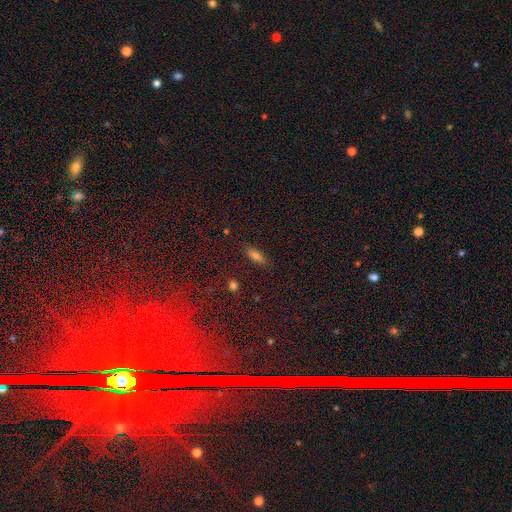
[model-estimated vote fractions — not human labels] Smooth or featured?
  - smooth: 73% *
  - featured or disk: 15%
  - star or artifact: 12%
How rounded?
  - in between: 56% *
  - cigar-shaped: 40%
  - round: 4%
Merging?
  - none: 86% *
  - minor disturbance: 10%
  - major disturbance: 3%
  - merger: 2%